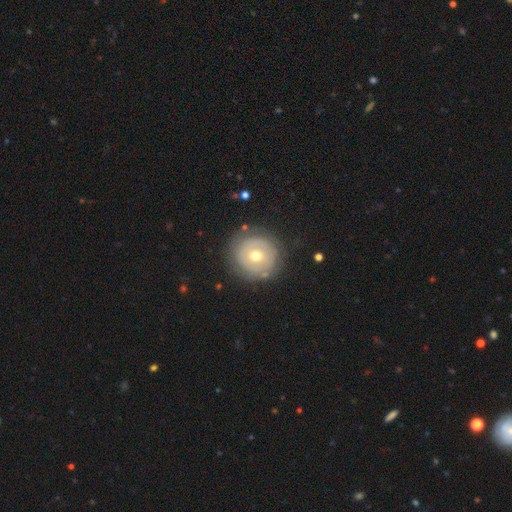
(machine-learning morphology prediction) Smooth or featured? featured or disk (48%)
Merging? none (80%)